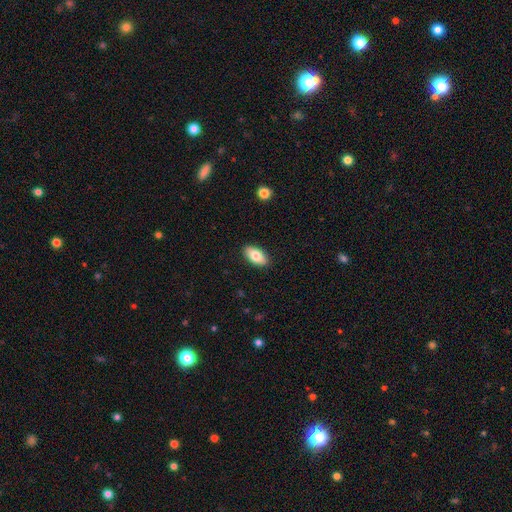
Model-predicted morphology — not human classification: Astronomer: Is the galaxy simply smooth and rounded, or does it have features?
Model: smooth — 79%.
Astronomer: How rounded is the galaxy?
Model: in between — 93%.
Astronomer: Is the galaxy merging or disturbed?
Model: none — 89%.